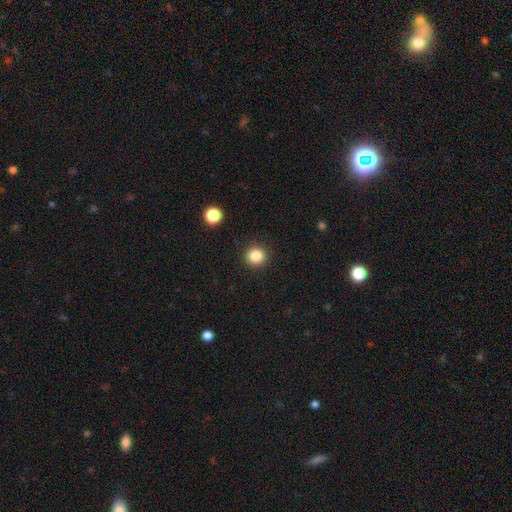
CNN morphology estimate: The model was most divided on "smooth or featured": smooth: 85%, star or artifact: 11%, featured or disk: 4%. More confident: how rounded — round (93%); merging — none (91%).